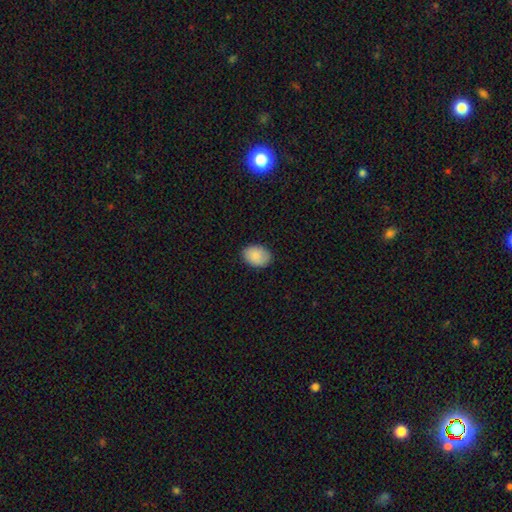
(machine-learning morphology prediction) Overall: smooth (88%). How rounded: in between (75%). Merging: none (86%).